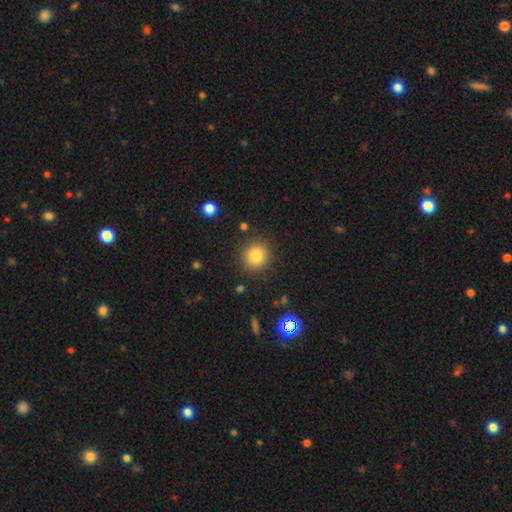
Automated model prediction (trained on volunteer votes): Smooth or featured?
  - smooth: 81% *
  - star or artifact: 11%
  - featured or disk: 7%
How rounded?
  - round: 90% *
  - in between: 9%
  - cigar-shaped: 1%
Merging?
  - none: 88% *
  - minor disturbance: 7%
  - major disturbance: 3%
  - merger: 2%